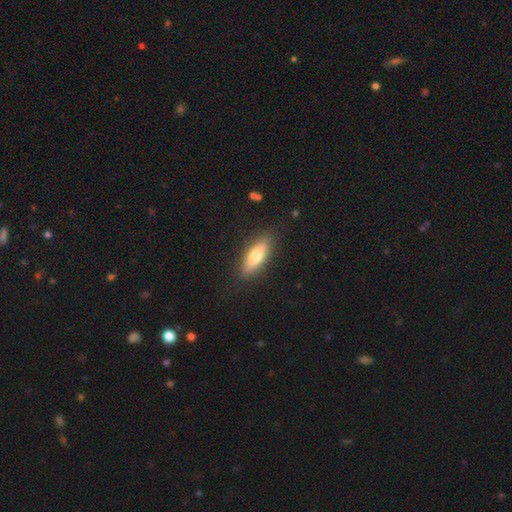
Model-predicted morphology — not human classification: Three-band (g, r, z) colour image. It shows a smooth galaxy with no disk features (71%) that is in between round and cigar-shaped (58%). Merging: none (86%).